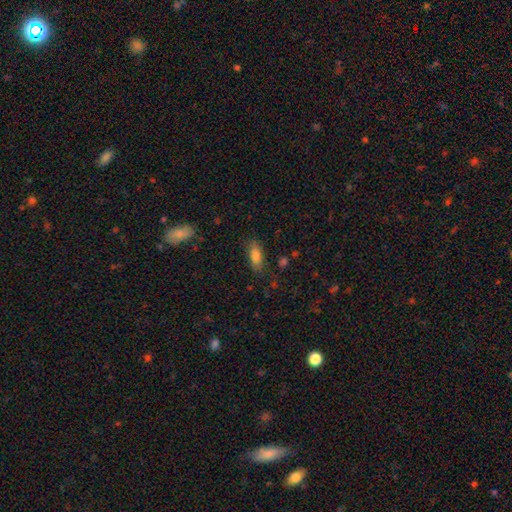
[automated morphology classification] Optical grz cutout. It shows a smooth galaxy with no disk features (80%) that is in between round and cigar-shaped (74%). Merging: none (79%).